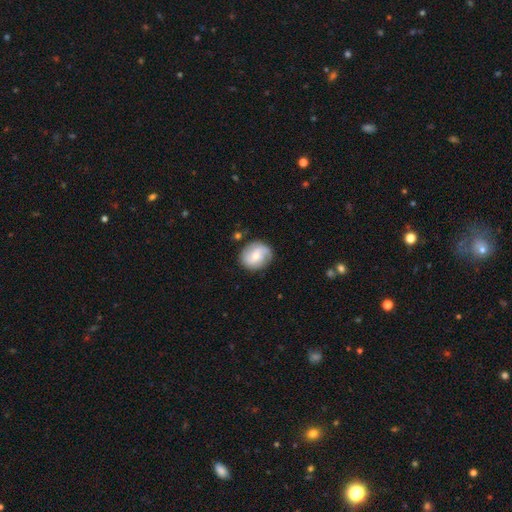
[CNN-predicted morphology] featured or disk 58%, smooth 36%, star or artifact 7%. Down the decision tree: edge-on disk — no (97%); bar — no (45%); spiral arms — yes (87%); bulge size — small (48%); merging — none (76%).